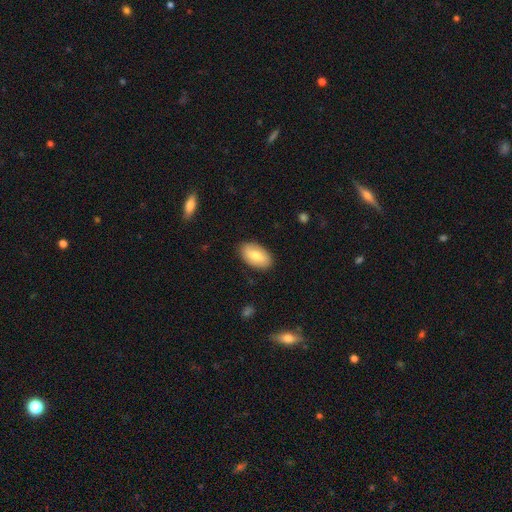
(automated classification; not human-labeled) Smooth or featured: smooth — 75% (featured or disk — 18%)
How rounded: in between — 94% (round — 4%)
Merging: none — 87% (minor disturbance — 10%)